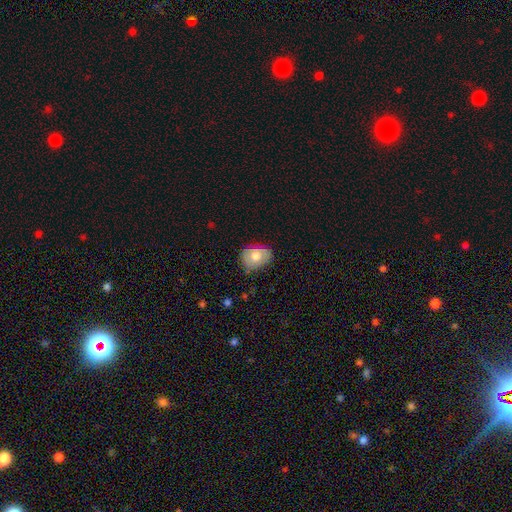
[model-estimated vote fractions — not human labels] Q: Smooth or featured?
A: smooth (68%); runner-up: featured or disk (25%)
Q: How rounded?
A: in between (60%); runner-up: round (39%)
Q: Merging?
A: none (67%); runner-up: minor disturbance (26%)